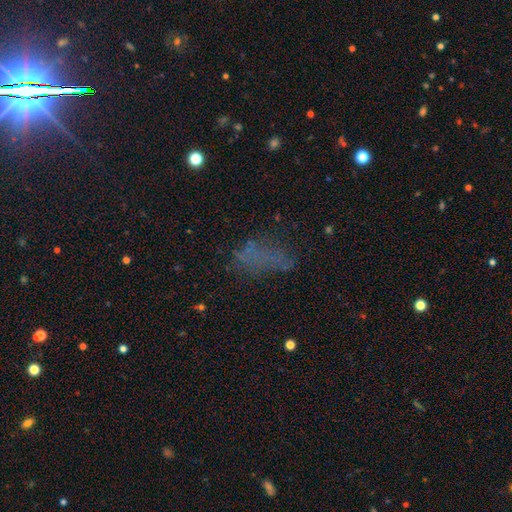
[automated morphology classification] smooth_or_featured: smooth (p=0.49) [alt: star or artifact p=0.27]
merging: none (p=0.48) [alt: major disturbance p=0.26]